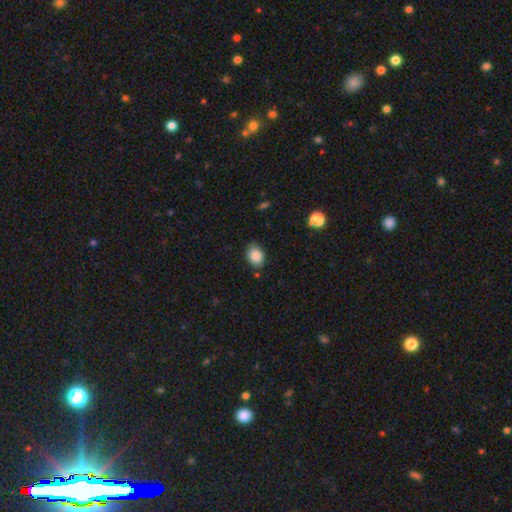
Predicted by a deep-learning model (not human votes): The model was most divided on "how rounded": in between: 68%, round: 31%, cigar-shaped: 1%. More confident: smooth or featured — smooth (86%); merging — none (80%).